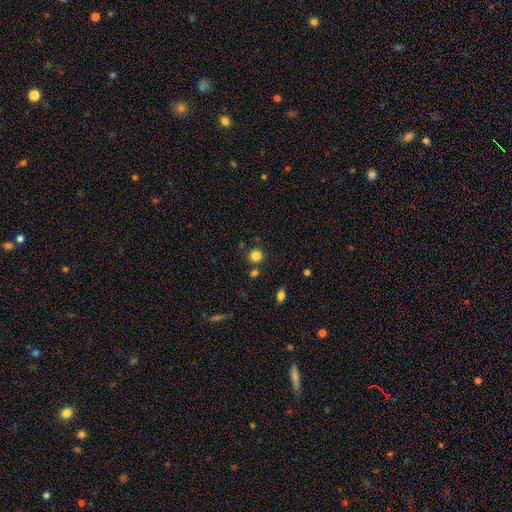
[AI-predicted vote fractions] Morphology: type=smooth (83%); roundness=round (91%); merging=none (80%).